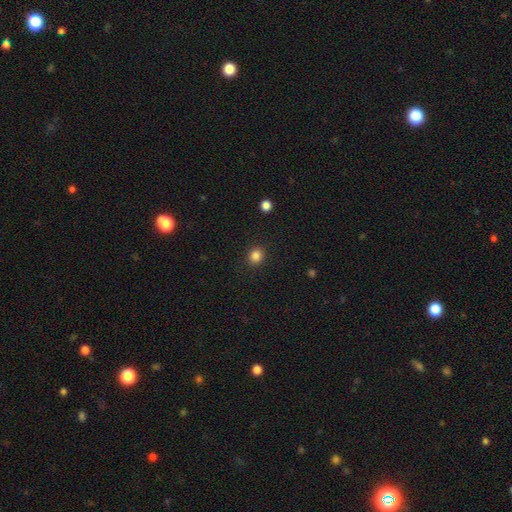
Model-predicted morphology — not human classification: The model was most divided on "how rounded": round: 79%, in between: 20%, cigar-shaped: 1%. More confident: merging — none (90%); smooth or featured — smooth (85%).